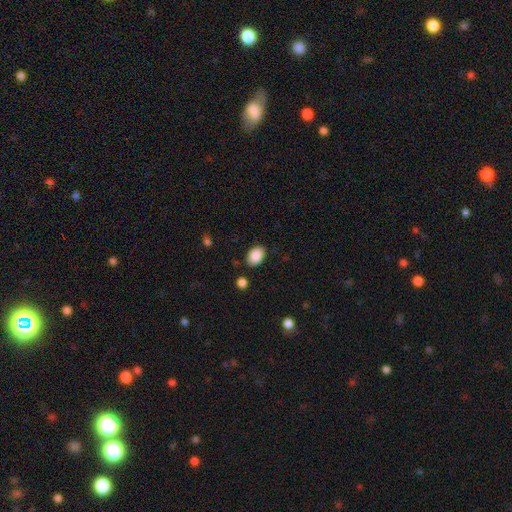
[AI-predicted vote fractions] This is clearly a smooth galaxy (89%). How rounded: clearly in between (84%). Merging: clearly none (85%).